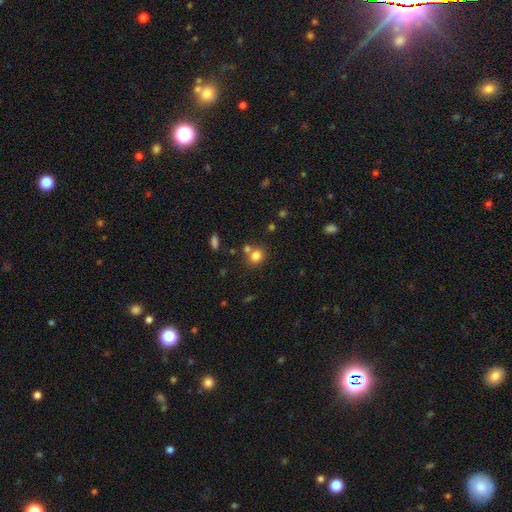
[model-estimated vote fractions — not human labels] A smooth galaxy with no disk features (80%) that is round (75%).

Vote fractions:
- Smooth or featured? smooth: 80% / star or artifact: 12% / featured or disk: 7%
- How rounded? round: 75% / in between: 24% / cigar-shaped: 1%
- Merging? none: 64% / merger: 22% / minor disturbance: 10% / major disturbance: 4%